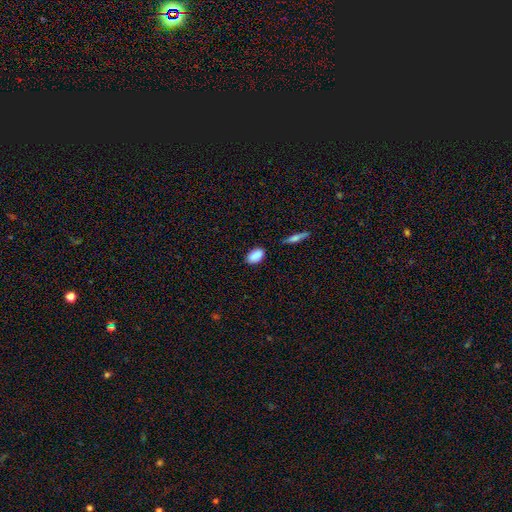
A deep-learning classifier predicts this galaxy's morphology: Smooth or featured?
  - smooth: 88% *
  - star or artifact: 7%
  - featured or disk: 5%
How rounded?
  - in between: 91% *
  - round: 6%
  - cigar-shaped: 3%
Merging?
  - none: 82% *
  - minor disturbance: 12%
  - merger: 3%
  - major disturbance: 2%